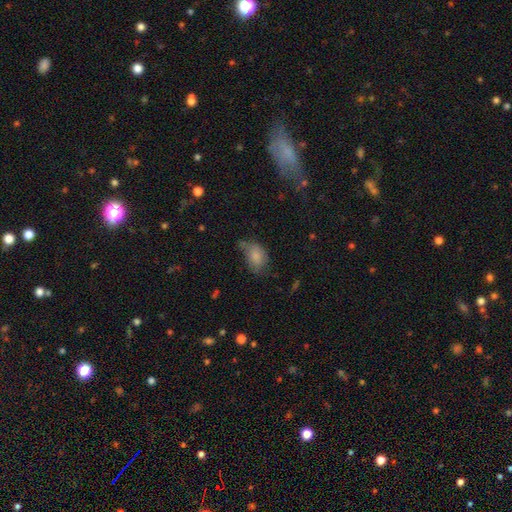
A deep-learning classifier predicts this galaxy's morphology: This is likely a smooth galaxy (79%). How rounded: clearly in between (83%). Merging: marginally none (40%).